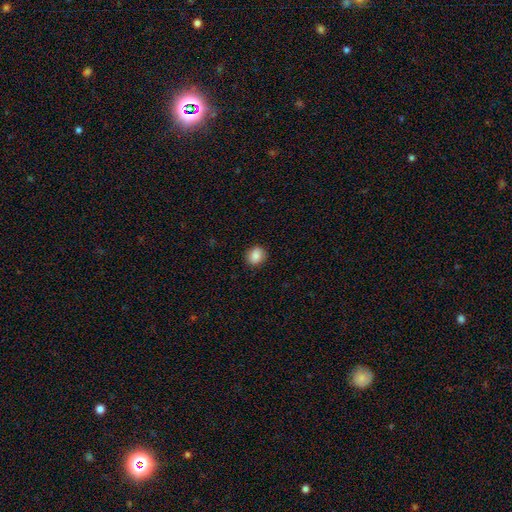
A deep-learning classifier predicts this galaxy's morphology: This is clearly a smooth galaxy (88%). How rounded: likely round (73%). Merging: clearly none (89%).